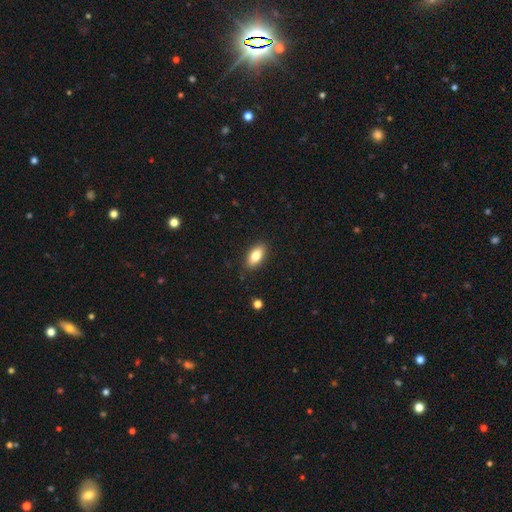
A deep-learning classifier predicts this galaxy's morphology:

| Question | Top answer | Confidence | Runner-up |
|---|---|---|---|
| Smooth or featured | smooth | 80% | featured or disk (12%) |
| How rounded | in between | 89% | cigar-shaped (7%) |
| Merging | none | 88% | minor disturbance (9%) |